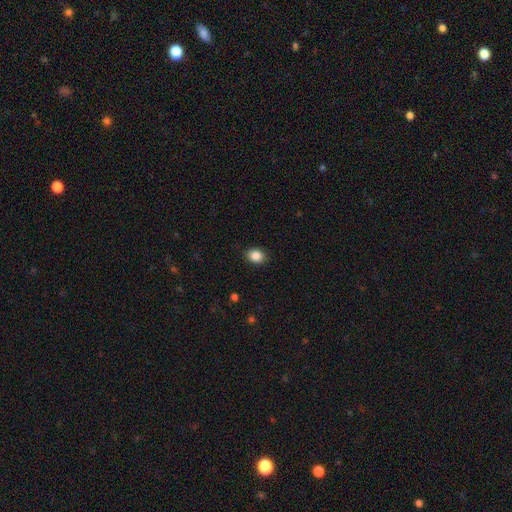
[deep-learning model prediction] Smooth or featured? smooth (87%)
How rounded? in between (56%)
Merging? none (89%)